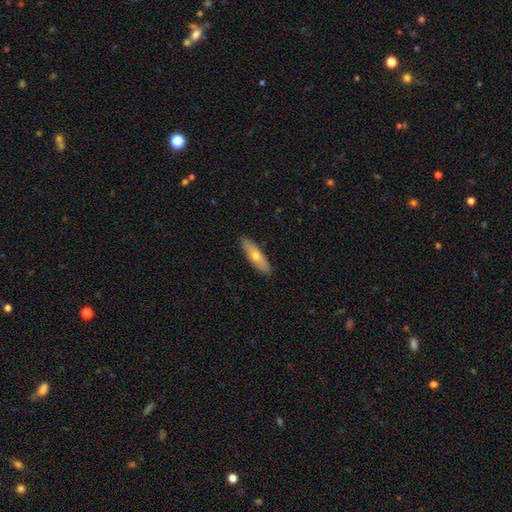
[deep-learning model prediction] Smooth or featured? smooth (58%)
How rounded? cigar-shaped (54%)
Merging? none (90%)